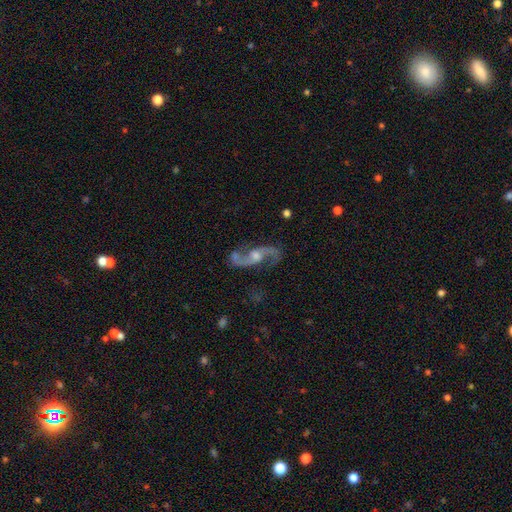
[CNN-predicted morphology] Overall: featured or disk (90%). Edge-on disk: no (95%). Bar: no (54%; weak 36%). Spiral arms: yes (97%). Spiral arm count: 2 (94%). Spiral winding: loose (68%). Bulge size: moderate (59%; small 28%). Merging: none (75%).